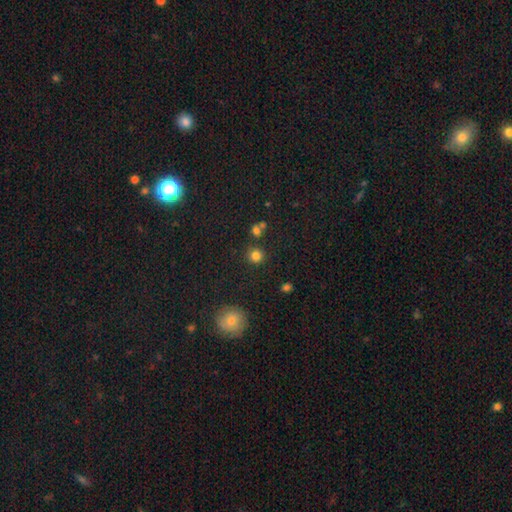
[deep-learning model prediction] Q: Smooth or featured?
A: smooth (80%); runner-up: star or artifact (14%)
Q: How rounded?
A: round (92%); runner-up: in between (7%)
Q: Merging?
A: none (82%); runner-up: merger (7%)